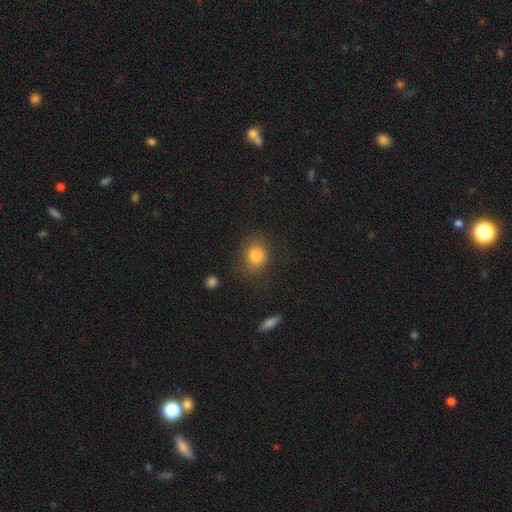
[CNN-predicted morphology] A smooth galaxy with no disk features (82%) that is round (63%).

Vote fractions:
- Smooth or featured? smooth: 82% / star or artifact: 10% / featured or disk: 8%
- How rounded? round: 63% / in between: 35% / cigar-shaped: 1%
- Merging? none: 76% / minor disturbance: 15% / major disturbance: 6% / merger: 2%